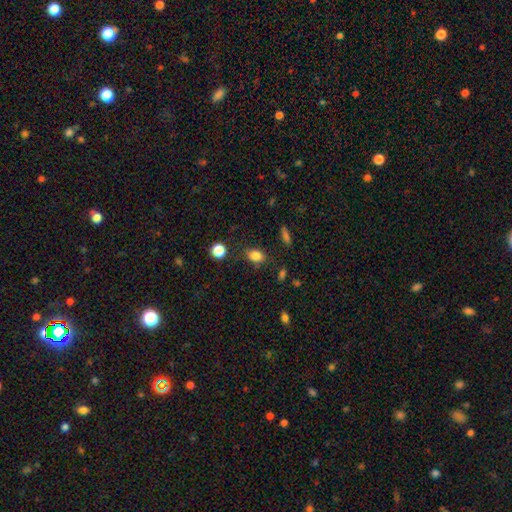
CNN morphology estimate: Smooth or featured: smooth — 83% (star or artifact — 12%)
How rounded: in between — 66% (round — 33%)
Merging: none — 79% (minor disturbance — 14%)